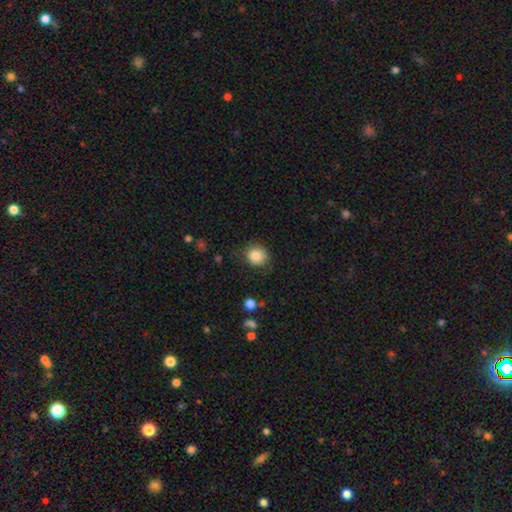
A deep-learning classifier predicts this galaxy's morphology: Smooth or featured? Predicted: smooth (p=0.85). How rounded? Predicted: round (p=0.83). Merging? Predicted: none (p=0.75).